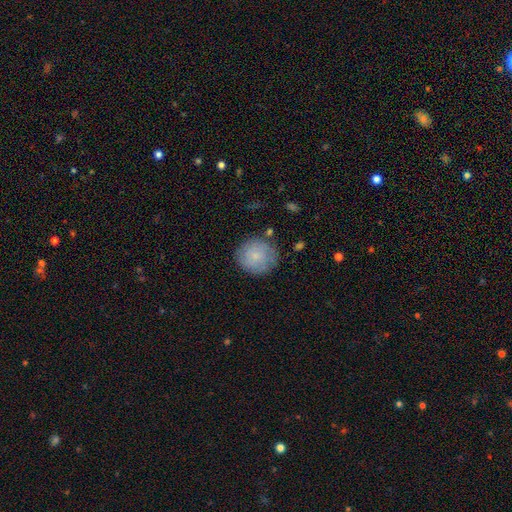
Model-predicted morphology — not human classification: This is likely a smooth galaxy (73%). How rounded: clearly round (91%). Merging: likely none (78%).